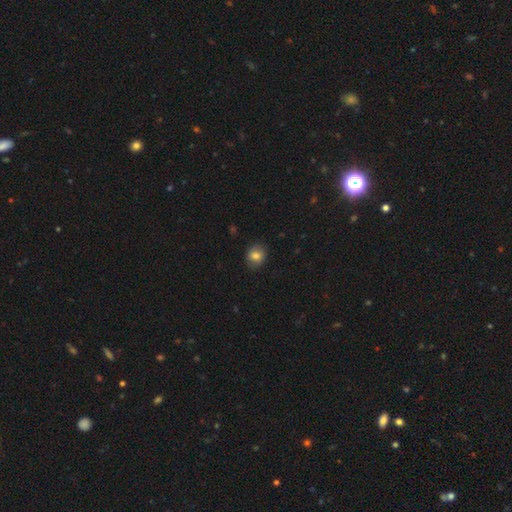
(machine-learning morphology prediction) A smooth galaxy with no disk features (79%) that is round (56%). Merging: none (83%).